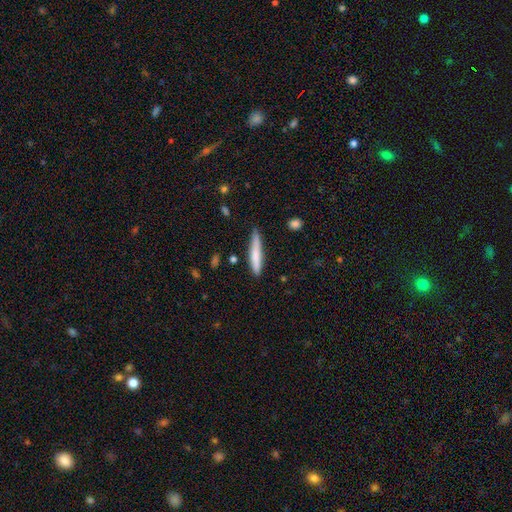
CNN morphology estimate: Smooth or featured?
  - smooth: 72% *
  - featured or disk: 23%
  - star or artifact: 6%
How rounded?
  - cigar-shaped: 91% *
  - in between: 8%
  - round: 1%
Merging?
  - none: 79% *
  - minor disturbance: 16%
  - major disturbance: 3%
  - merger: 2%